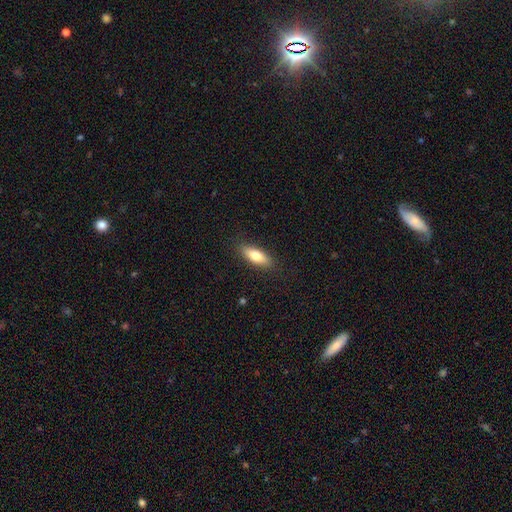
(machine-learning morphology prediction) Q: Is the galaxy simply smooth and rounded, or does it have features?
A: smooth — 75%.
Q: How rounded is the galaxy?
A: in between — 64%.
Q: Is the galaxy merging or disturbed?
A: none — 87%.